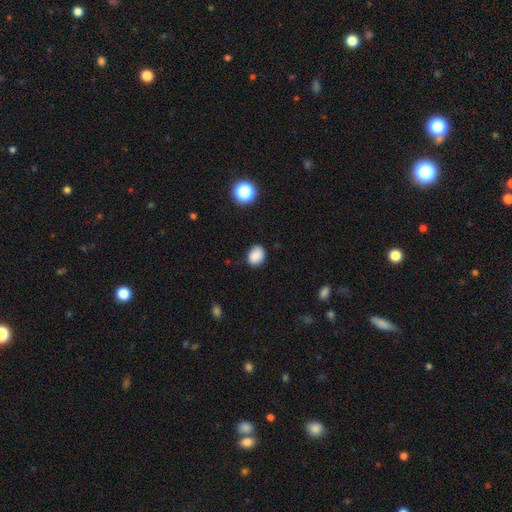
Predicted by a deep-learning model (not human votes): A smooth galaxy with no disk features (87%) that is in between round and cigar-shaped (51%).

Vote fractions:
- Smooth or featured? smooth: 87% / star or artifact: 10% / featured or disk: 4%
- How rounded? in between: 51% / round: 48% / cigar-shaped: 1%
- Merging? none: 80% / minor disturbance: 15% / major disturbance: 3% / merger: 1%